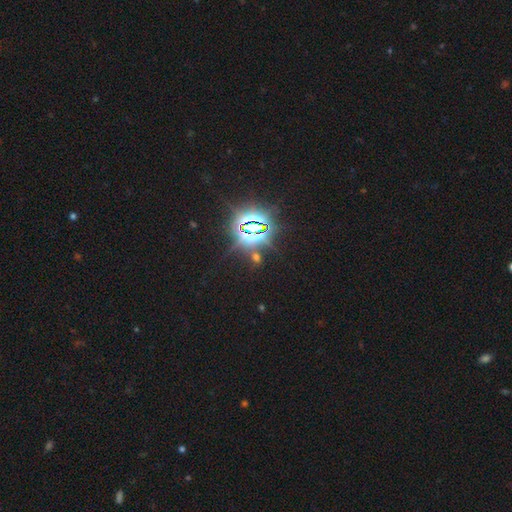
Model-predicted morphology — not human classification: Smooth or featured?
  - star or artifact: 84% *
  - smooth: 9%
  - featured or disk: 8%